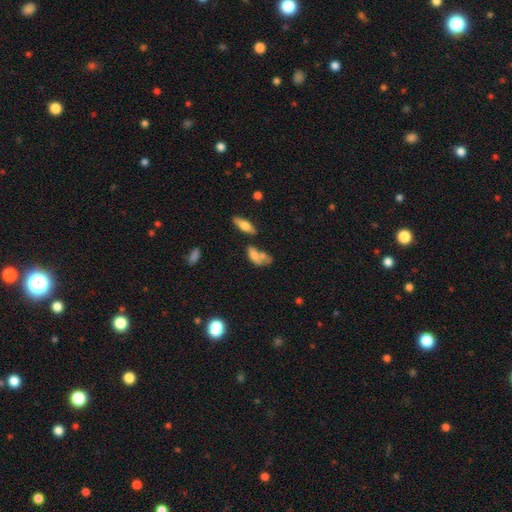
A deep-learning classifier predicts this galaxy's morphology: A smooth galaxy with no disk features (61%) that is in between round and cigar-shaped (81%).

Vote fractions:
- Smooth or featured? smooth: 61% / featured or disk: 27% / star or artifact: 12%
- How rounded? in between: 81% / cigar-shaped: 10% / round: 8%
- Merging? merger: 37% / none: 31% / minor disturbance: 18% / major disturbance: 14%